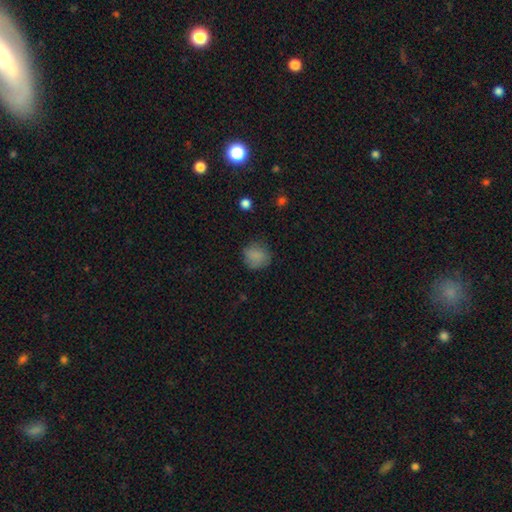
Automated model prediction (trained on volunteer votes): A smooth galaxy with no disk features (82%) that is round (85%).

Vote fractions:
- Smooth or featured? smooth: 82% / star or artifact: 9% / featured or disk: 9%
- How rounded? round: 85% / in between: 14% / cigar-shaped: 1%
- Merging? none: 74% / minor disturbance: 19% / major disturbance: 6% / merger: 1%